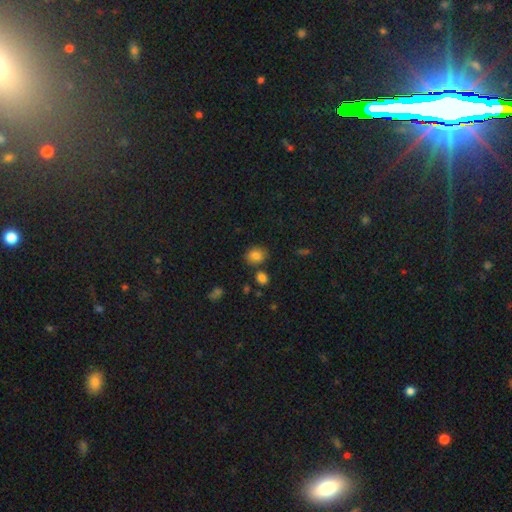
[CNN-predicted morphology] smooth 82%, star or artifact 11%, featured or disk 7%. Down the decision tree: how rounded — round (54%); merging — none (76%).